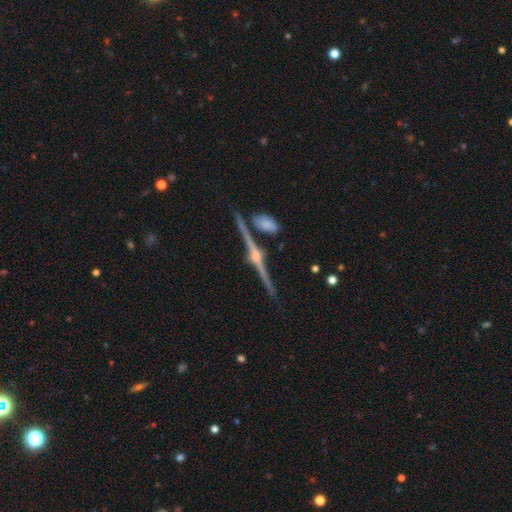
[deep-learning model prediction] The model was most divided on "merging": none: 83%, minor disturbance: 7%, merger: 7%, major disturbance: 2%. More confident: edge-on disk — yes (98%); edge-on bulge — rounded (92%); smooth or featured — featured or disk (90%).